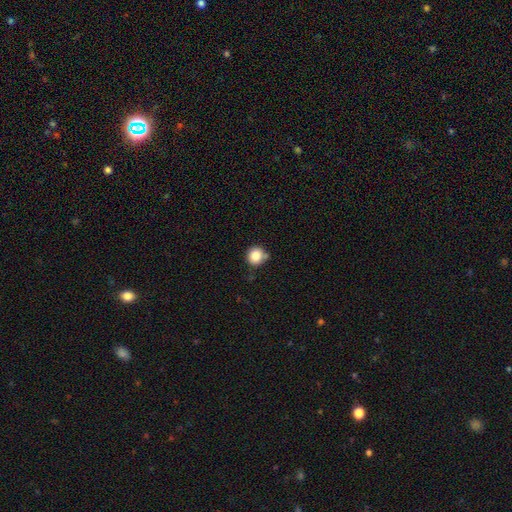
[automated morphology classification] Smooth or featured? Predicted: smooth (p=0.84). How rounded? Predicted: round (p=0.93). Merging? Predicted: none (p=0.74).